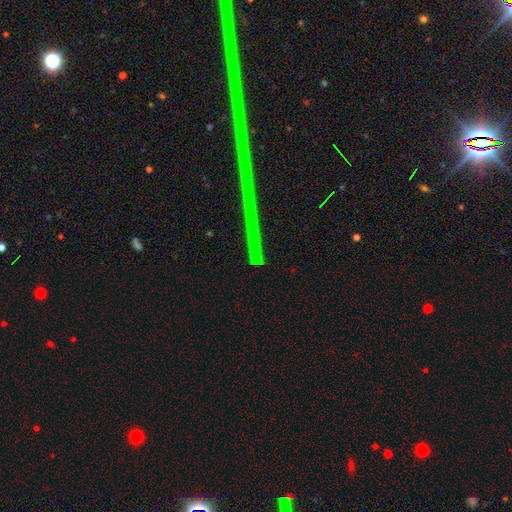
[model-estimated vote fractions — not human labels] Smooth or featured?
  - star or artifact: 75% *
  - featured or disk: 14%
  - smooth: 11%